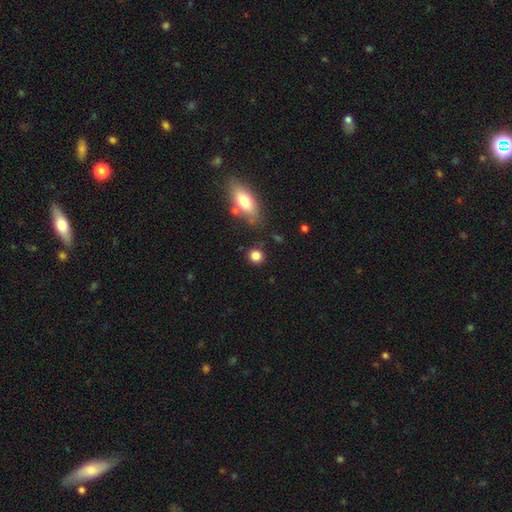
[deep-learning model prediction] Smooth or featured? smooth (85%)
How rounded? round (82%)
Merging? none (82%)